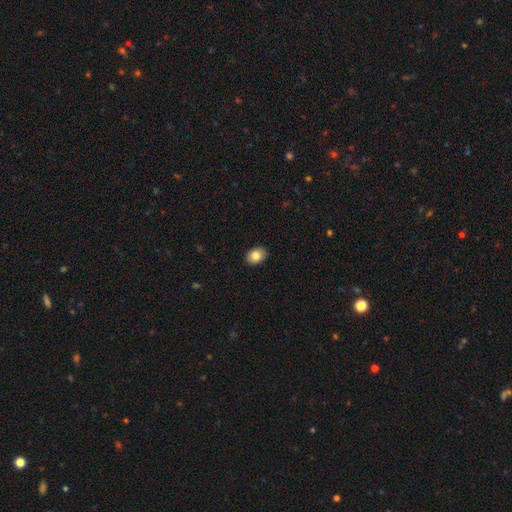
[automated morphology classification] Overall: smooth (85%). How rounded: in between (74%). Merging: none (90%).